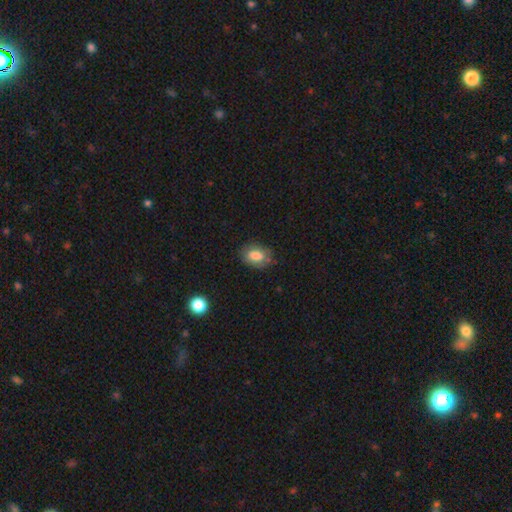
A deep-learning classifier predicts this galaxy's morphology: The model was most divided on "merging": none: 74%, minor disturbance: 20%, major disturbance: 5%, merger: 2%. More confident: how rounded — in between (84%); smooth or featured — smooth (79%).